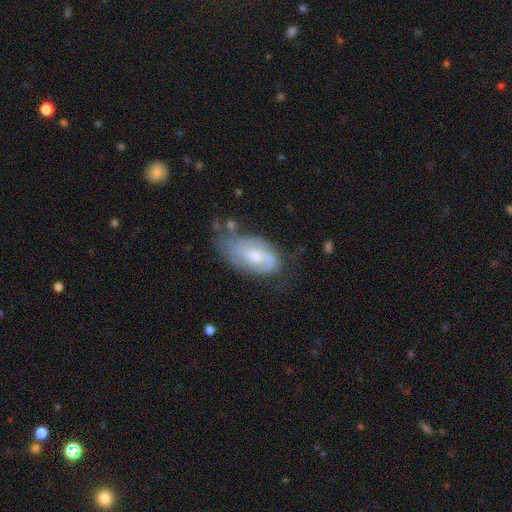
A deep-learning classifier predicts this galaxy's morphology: This appears to be a featured or disk galaxy (70%) with no bar (48%), 2 (55%) medium (41%) spiral arms (85%) and a moderate central bulge (62%). Merging: none (48%).